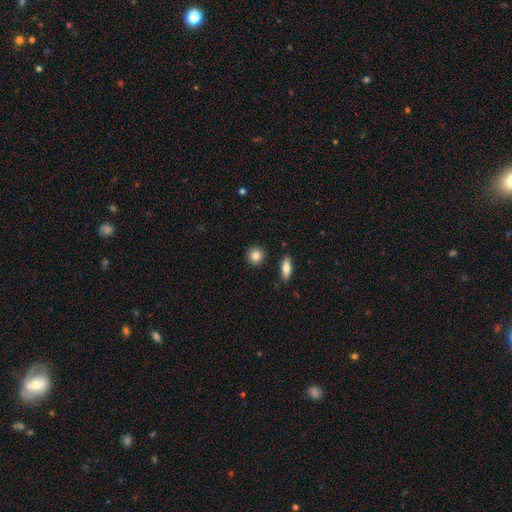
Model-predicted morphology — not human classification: Smooth or featured? smooth (84%)
How rounded? round (88%)
Merging? none (90%)